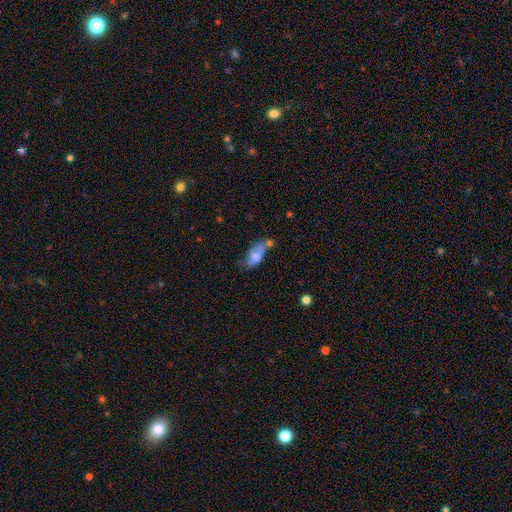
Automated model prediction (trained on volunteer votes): Smooth or featured: smooth — 64% (featured or disk — 27%)
How rounded: in between — 85% (cigar-shaped — 10%)
Merging: none — 31% (merger — 27%)